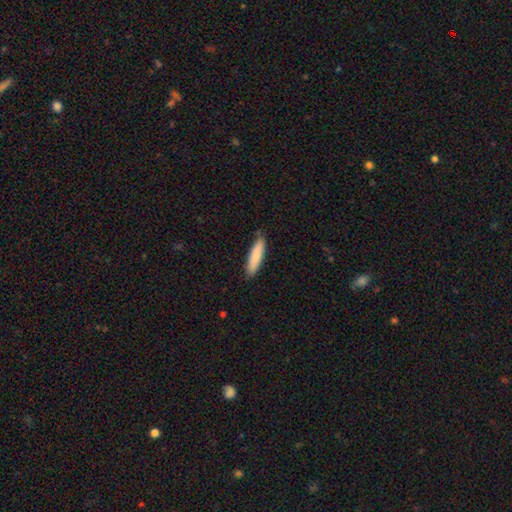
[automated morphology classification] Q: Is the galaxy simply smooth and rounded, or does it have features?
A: smooth — 85%.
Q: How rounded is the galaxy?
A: cigar-shaped — 75%.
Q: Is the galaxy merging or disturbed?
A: none — 83%.